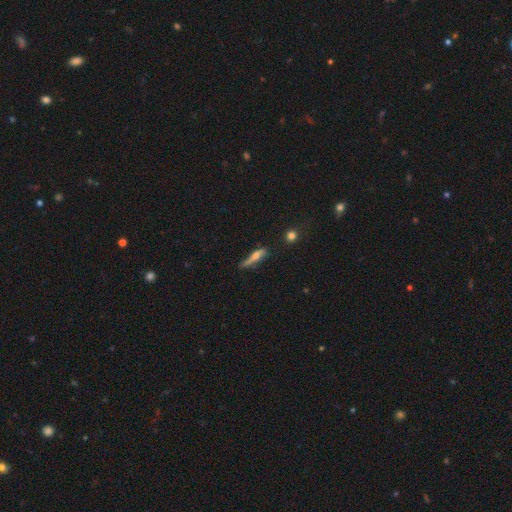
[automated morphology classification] Smooth or featured?
  - featured or disk: 49% *
  - smooth: 42%
  - star or artifact: 9%
Merging?
  - none: 55% *
  - minor disturbance: 29%
  - major disturbance: 13%
  - merger: 4%